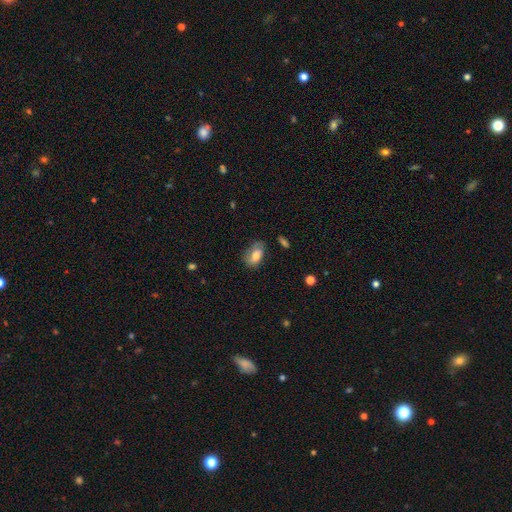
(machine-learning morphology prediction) type=smooth (67%); roundness=in between (90%); merging=none (55%).